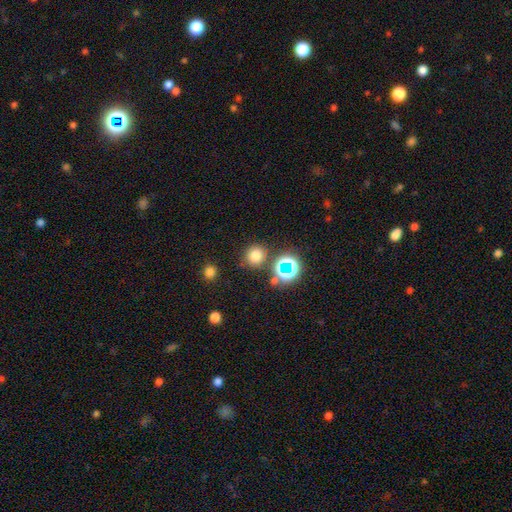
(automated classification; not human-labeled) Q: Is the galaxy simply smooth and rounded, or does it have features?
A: smooth — 73%.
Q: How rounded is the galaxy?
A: round — 91%.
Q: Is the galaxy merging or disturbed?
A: none — 82%.